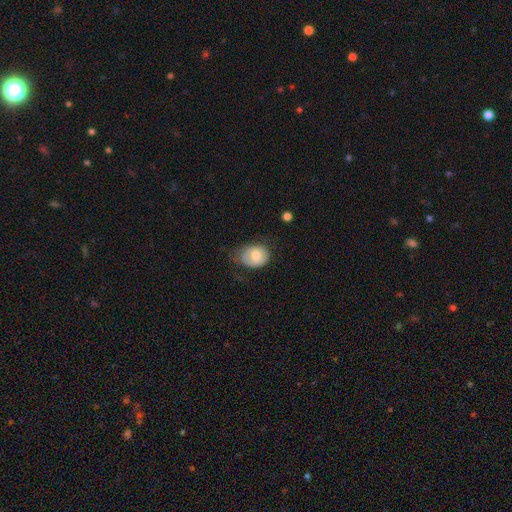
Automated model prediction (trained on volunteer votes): Smooth or featured? smooth (67%)
How rounded? in between (58%)
Merging? none (47%)